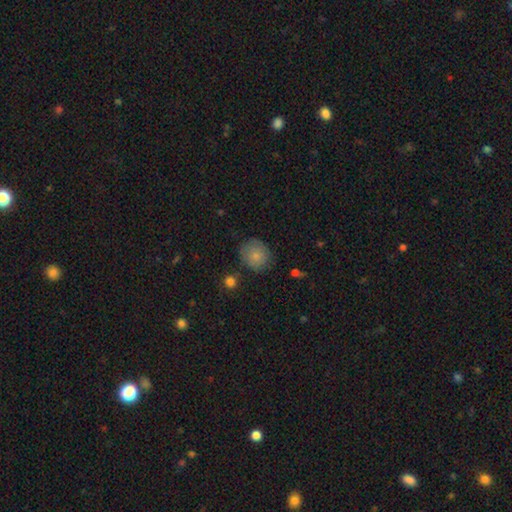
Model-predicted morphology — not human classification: smooth-or-featured: smooth: 80% | featured or disk: 12% | star or artifact: 8%
  how-rounded: round: 78% | in between: 21% | cigar-shaped: 1%
  merging: none: 75% | minor disturbance: 18% | major disturbance: 5% | merger: 3%